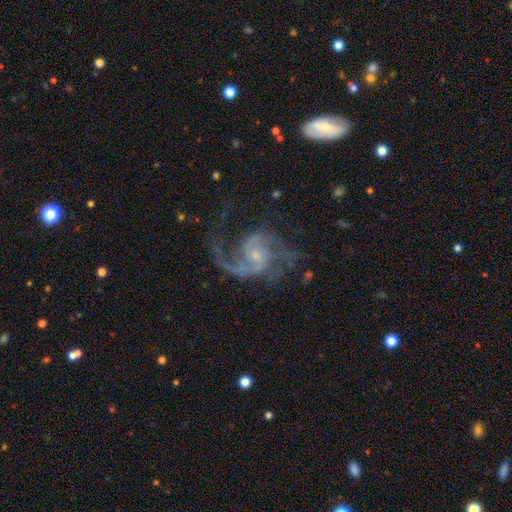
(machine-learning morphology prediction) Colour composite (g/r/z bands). It shows a featured or disk galaxy (91%) with no bar (56%), 2 (61%) medium (51%) spiral arms (97%) and a small central bulge (70%). Merging: none (56%).